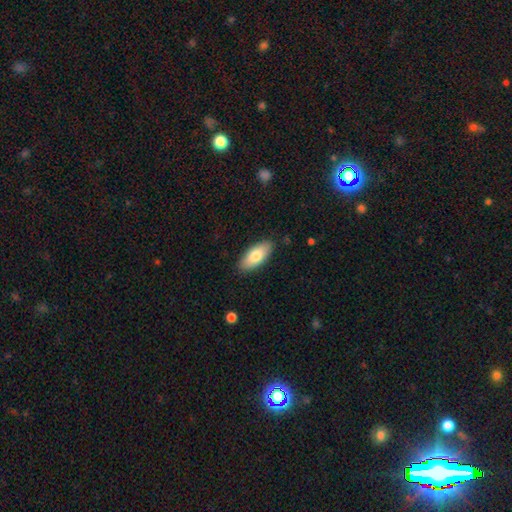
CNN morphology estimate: Smooth or featured? smooth (79%)
How rounded? in between (85%)
Merging? none (86%)